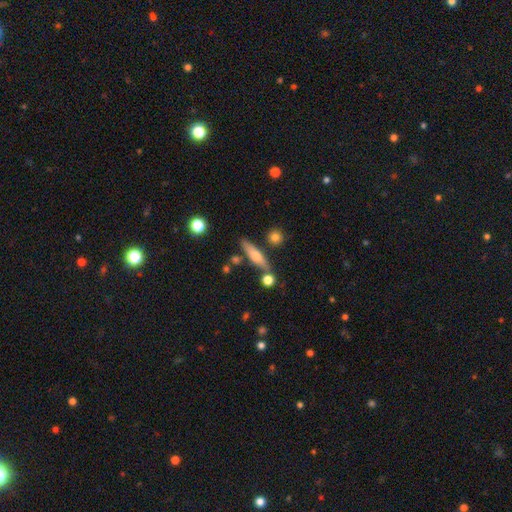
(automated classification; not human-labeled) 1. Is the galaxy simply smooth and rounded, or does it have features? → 54% smooth, 39% featured or disk, 7% star or artifact.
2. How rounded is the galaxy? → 77% cigar-shaped, 19% in between, 4% round.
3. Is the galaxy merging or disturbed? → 74% none, 13% minor disturbance, 10% merger, 4% major disturbance.